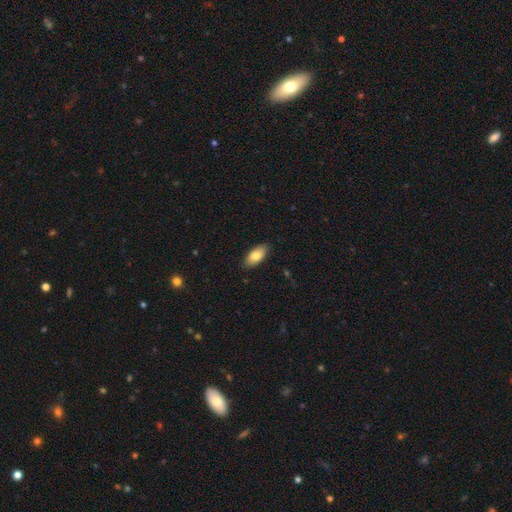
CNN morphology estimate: smooth_or_featured: smooth (p=0.82) [alt: featured or disk p=0.12]
how_rounded: in between (p=0.90) [alt: cigar-shaped p=0.08]
merging: none (p=0.88) [alt: minor disturbance p=0.10]